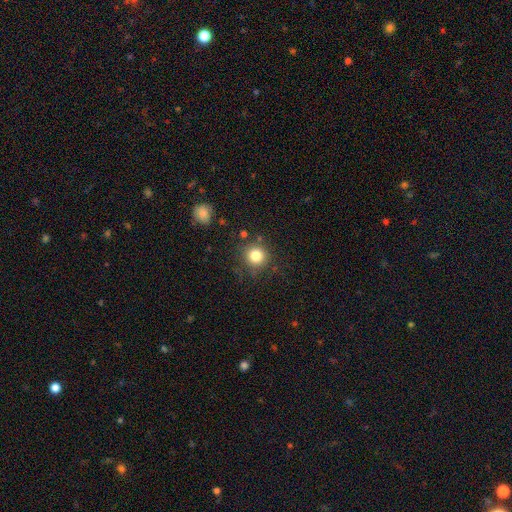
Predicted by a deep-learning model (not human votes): Smooth or featured? smooth (81%)
How rounded? round (93%)
Merging? none (83%)